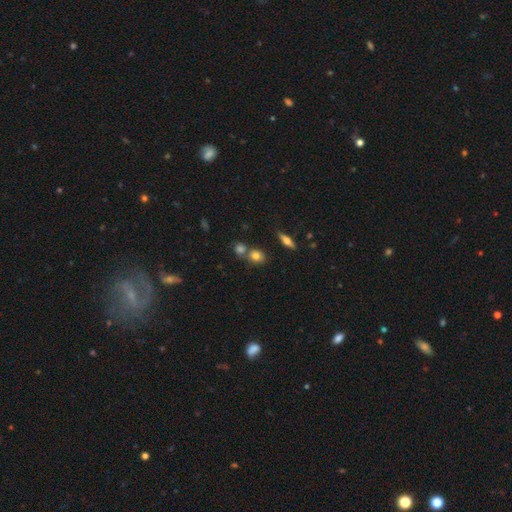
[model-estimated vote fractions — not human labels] Smooth or featured?
  - smooth: 76% *
  - star or artifact: 12%
  - featured or disk: 12%
How rounded?
  - round: 64% *
  - in between: 33%
  - cigar-shaped: 3%
Merging?
  - none: 61% *
  - merger: 26%
  - minor disturbance: 10%
  - major disturbance: 3%